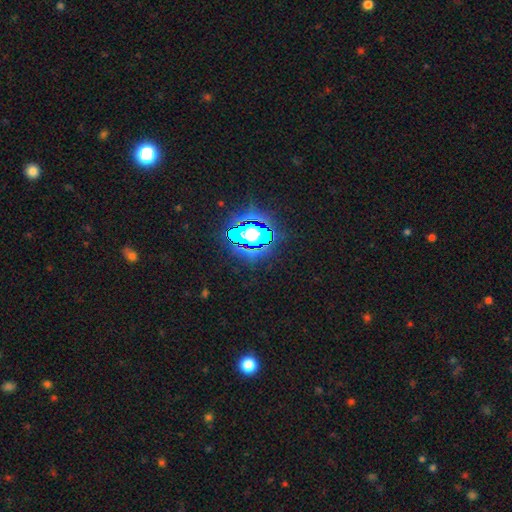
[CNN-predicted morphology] A star or artifact, not a galaxy (84%).

Vote fractions:
- Smooth or featured? star or artifact: 84% / smooth: 10% / featured or disk: 6%